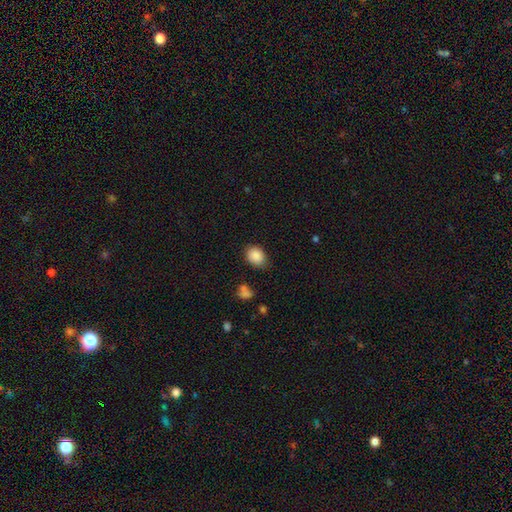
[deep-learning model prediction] Smooth or featured? smooth (88%)
How rounded? in between (60%)
Merging? none (78%)